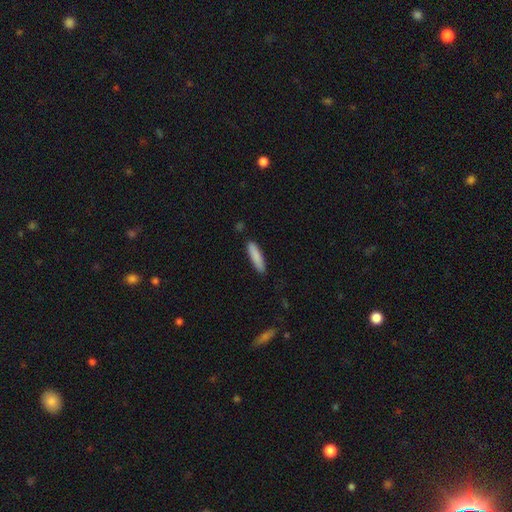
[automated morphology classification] Overall: smooth (87%). How rounded: cigar-shaped (78%). Merging: none (88%).